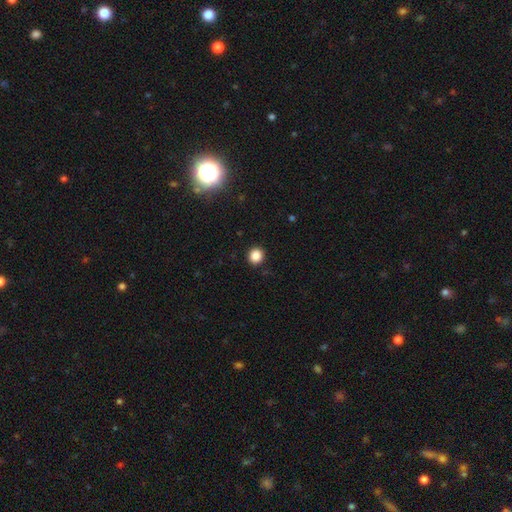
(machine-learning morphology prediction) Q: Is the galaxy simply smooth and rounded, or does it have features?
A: smooth — 86%.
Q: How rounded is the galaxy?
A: round — 88%.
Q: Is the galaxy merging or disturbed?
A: none — 92%.